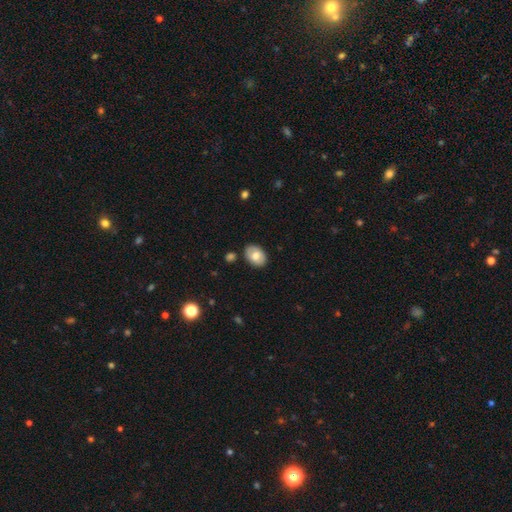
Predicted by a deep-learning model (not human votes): Smooth or featured: smooth — 73% (featured or disk — 21%)
How rounded: in between — 81% (round — 18%)
Merging: none — 83% (minor disturbance — 12%)